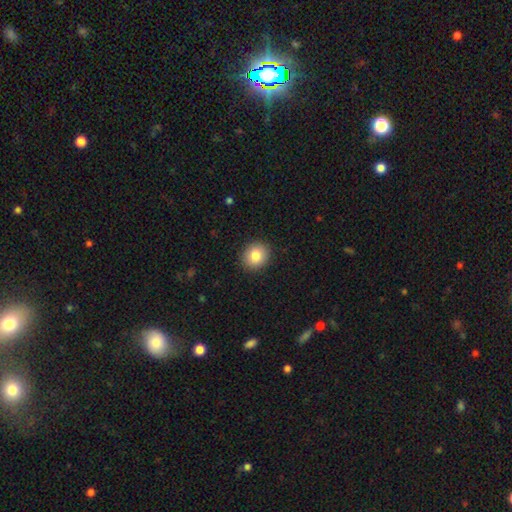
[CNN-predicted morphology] Smooth or featured: smooth — 83% (star or artifact — 9%)
How rounded: round — 78% (in between — 21%)
Merging: none — 91% (minor disturbance — 6%)